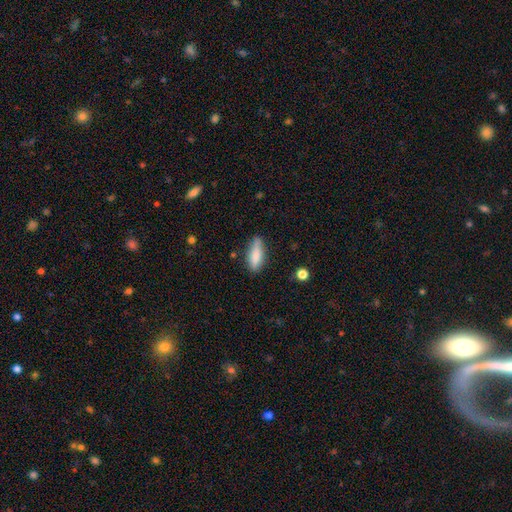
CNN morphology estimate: type=smooth (81%); roundness=in between (53%); merging=none (74%).